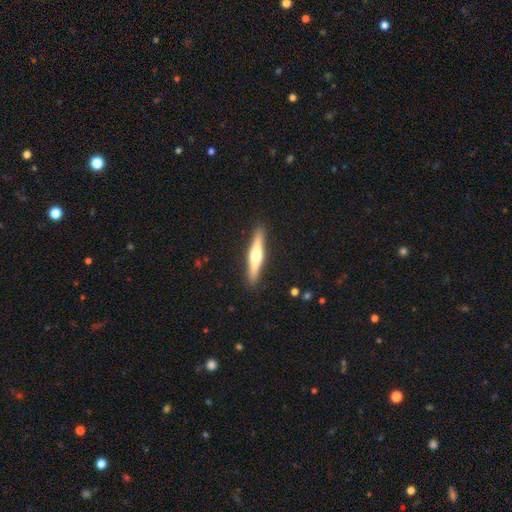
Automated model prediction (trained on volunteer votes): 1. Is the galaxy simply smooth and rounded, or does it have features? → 57% featured or disk, 38% smooth, 5% star or artifact.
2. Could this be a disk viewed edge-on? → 96% yes, 4% no.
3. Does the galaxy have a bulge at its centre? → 92% rounded, 4% none, 3% boxy.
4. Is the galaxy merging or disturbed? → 91% none, 7% minor disturbance, 1% major disturbance, 1% merger.